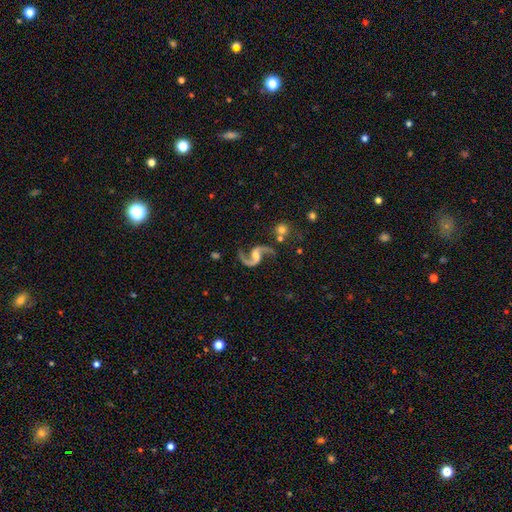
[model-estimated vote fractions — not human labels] Smooth or featured? featured or disk (93%)
Edge-on disk? no (98%)
Bar? no (45%)
Spiral arms? yes (98%)
Spiral winding? loose (71%)
Spiral arm count? 2 (94%)
Bulge size? moderate (47%)
Merging? none (74%)